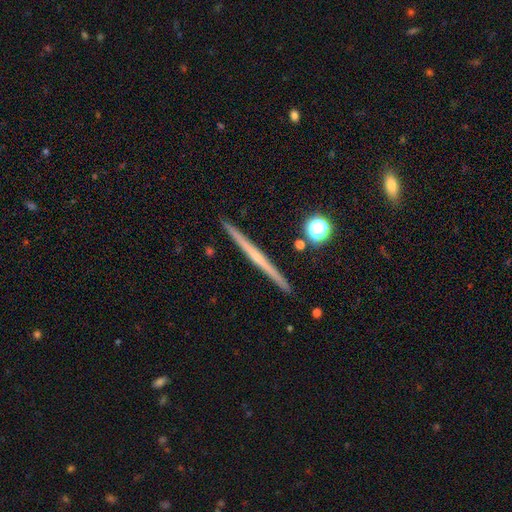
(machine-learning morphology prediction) smooth-or-featured: featured or disk: 62% | smooth: 31% | star or artifact: 6%
  disk-edge-on: yes: 98% | no: 2%
    edge-on-bulge: none: 80% | rounded: 15% | boxy: 4%
  merging: none: 92% | minor disturbance: 5% | merger: 1% | major disturbance: 1%